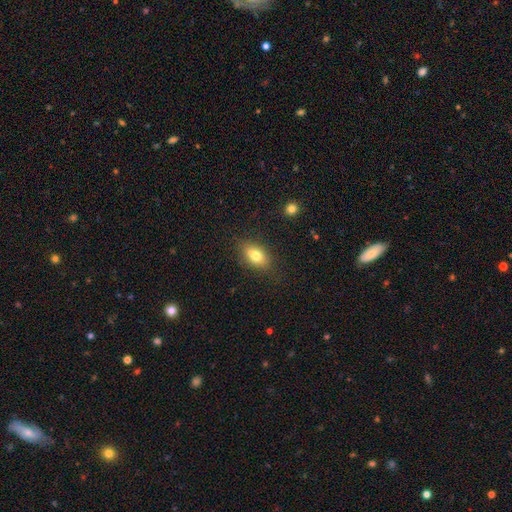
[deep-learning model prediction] Morphology: type=smooth (78%); roundness=in between (84%); merging=none (82%).